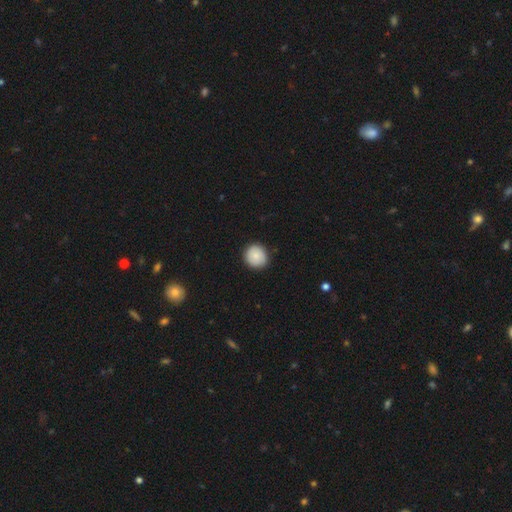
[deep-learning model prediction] smooth-or-featured: smooth: 84% | featured or disk: 9% | star or artifact: 7%
  how-rounded: round: 89% | in between: 10% | cigar-shaped: 1%
  merging: none: 89% | minor disturbance: 9% | major disturbance: 2% | merger: 1%